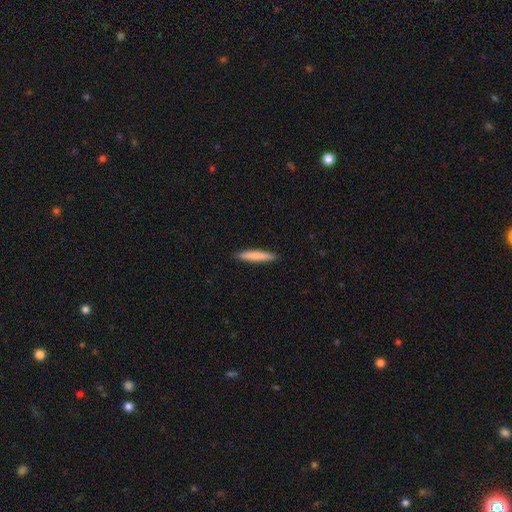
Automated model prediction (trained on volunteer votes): smooth-or-featured: smooth: 79% | featured or disk: 15% | star or artifact: 5%
  how-rounded: cigar-shaped: 93% | in between: 6% | round: 1%
  merging: none: 91% | minor disturbance: 6% | major disturbance: 1% | merger: 1%